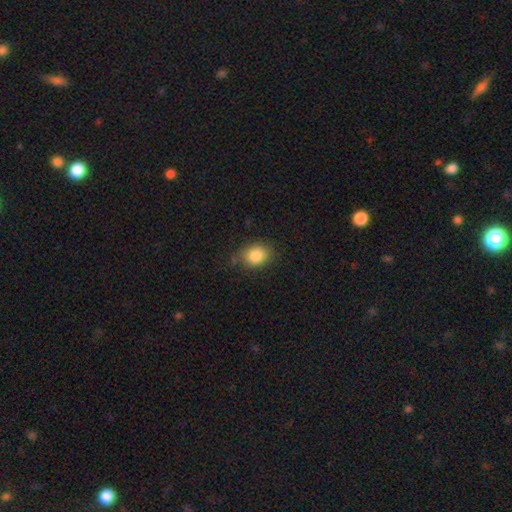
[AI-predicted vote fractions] Overall: smooth (85%). How rounded: in between (50%; round 48%). Merging: none (68%).